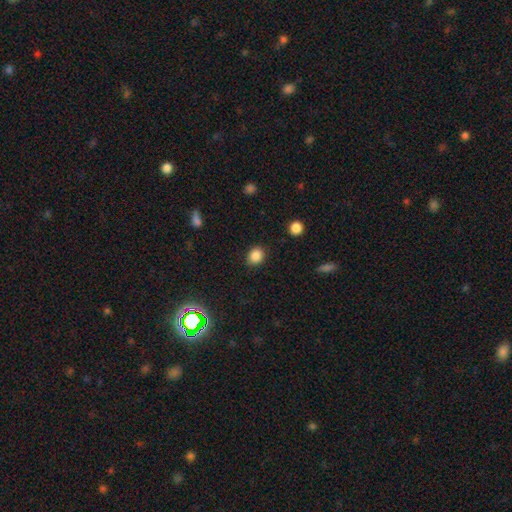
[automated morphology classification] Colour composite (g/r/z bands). It shows a smooth galaxy with no disk features (85%) that is round (66%). Merging: none (87%).